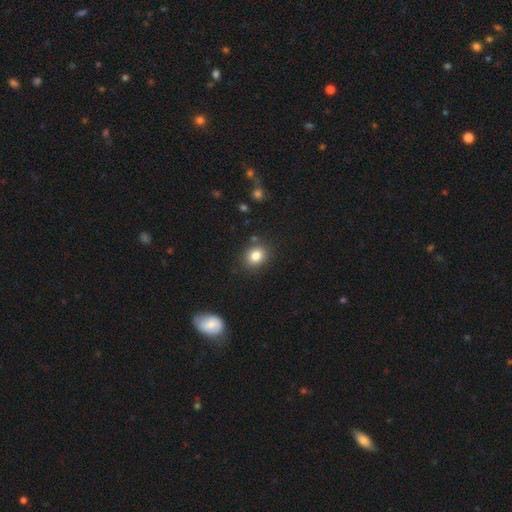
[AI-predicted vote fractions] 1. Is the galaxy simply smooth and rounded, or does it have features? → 82% smooth, 11% star or artifact, 7% featured or disk.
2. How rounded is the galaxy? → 62% round, 37% in between, 1% cigar-shaped.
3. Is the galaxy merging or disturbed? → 84% none, 10% minor disturbance, 4% merger, 3% major disturbance.